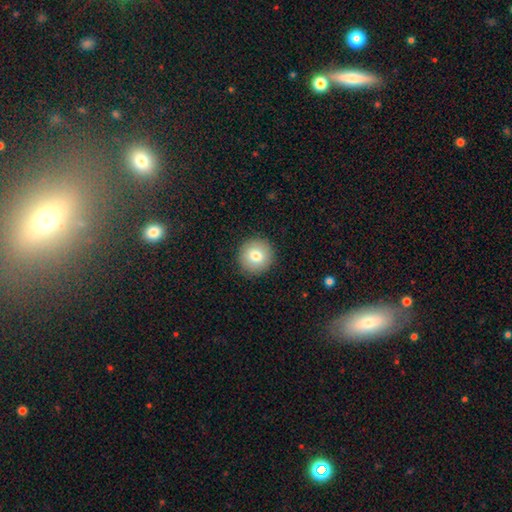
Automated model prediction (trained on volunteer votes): smooth-or-featured: smooth: 80% | featured or disk: 12% | star or artifact: 9%
  how-rounded: round: 94% | in between: 5% | cigar-shaped: 1%
  merging: none: 91% | minor disturbance: 6% | major disturbance: 2% | merger: 1%